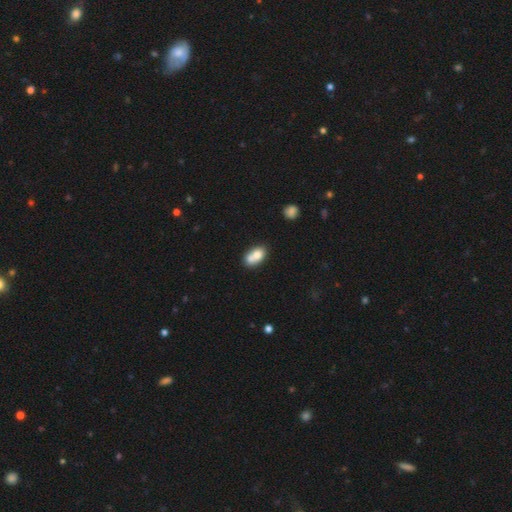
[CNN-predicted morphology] A smooth galaxy with no disk features (71%) that is in between round and cigar-shaped (78%).

Vote fractions:
- Smooth or featured? smooth: 71% / featured or disk: 20% / star or artifact: 8%
- How rounded? in between: 78% / round: 20% / cigar-shaped: 3%
- Merging? merger: 56% / none: 29% / minor disturbance: 11% / major disturbance: 4%